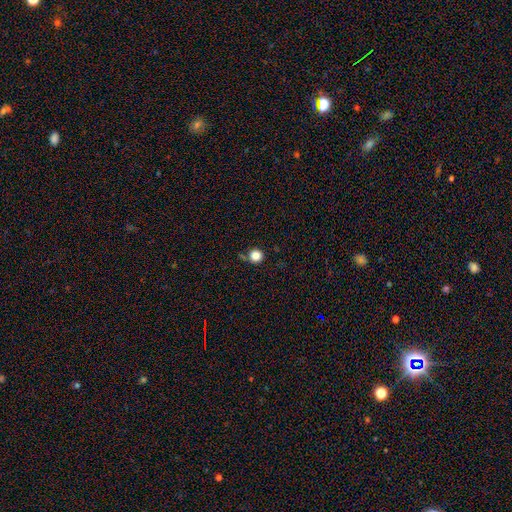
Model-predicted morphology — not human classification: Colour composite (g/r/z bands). It shows a smooth galaxy with no disk features (84%) that is round (95%). Merging: none (79%).